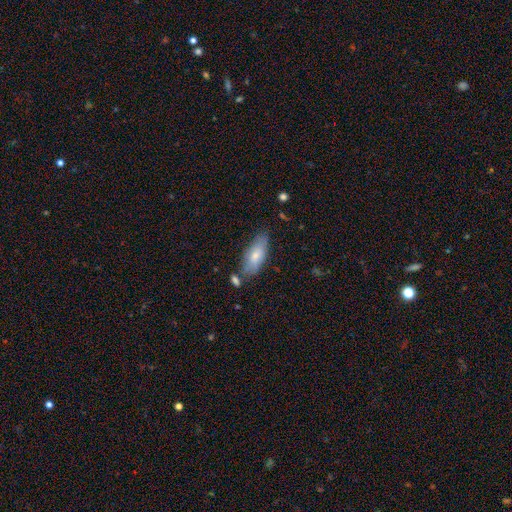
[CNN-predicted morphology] Smooth or featured? smooth (72%)
How rounded? in between (80%)
Merging? none (63%)